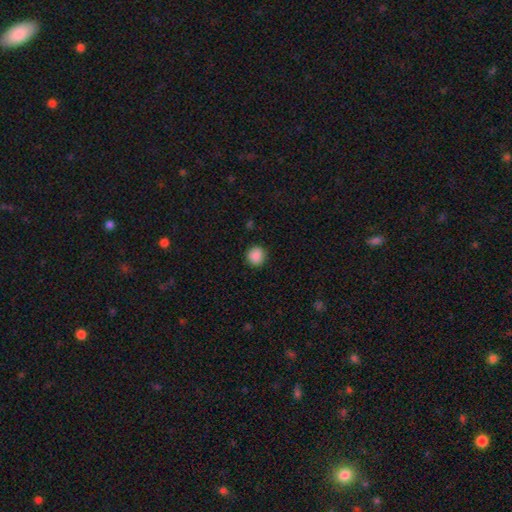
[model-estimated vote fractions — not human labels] This is clearly a smooth galaxy (89%). How rounded: clearly round (89%). Merging: clearly none (90%).